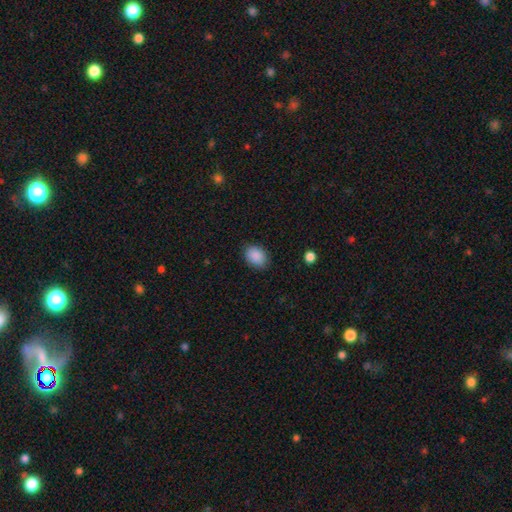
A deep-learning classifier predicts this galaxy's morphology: Overall: smooth (89%). How rounded: in between (74%). Merging: none (85%).